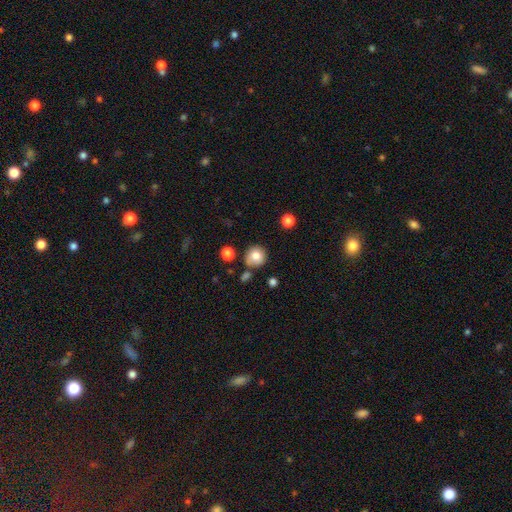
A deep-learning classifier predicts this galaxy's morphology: Smooth or featured? Predicted: smooth (p=0.80). How rounded? Predicted: round (p=0.91). Merging? Predicted: none (p=0.75).